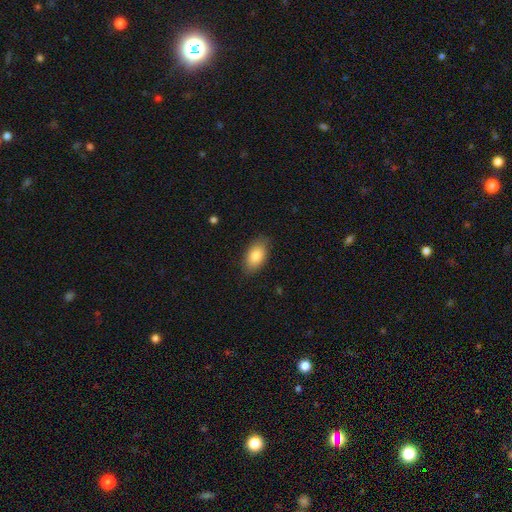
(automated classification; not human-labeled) The model was most divided on "merging": none: 83%, minor disturbance: 13%, major disturbance: 3%, merger: 1%. More confident: how rounded — in between (93%); smooth or featured — smooth (83%).